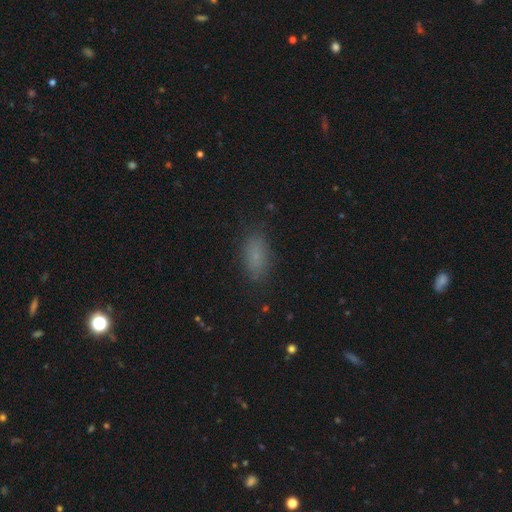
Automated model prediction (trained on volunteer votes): The model was most divided on "smooth or featured": smooth: 78%, star or artifact: 14%, featured or disk: 8%. More confident: how rounded — in between (89%); merging — none (83%).